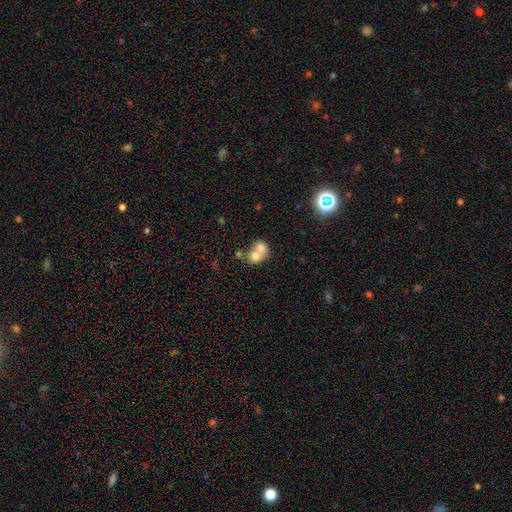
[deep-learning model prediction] The model was most divided on "how rounded": round: 60%, in between: 39%, cigar-shaped: 1%. More confident: merging — merger (74%); smooth or featured — smooth (69%).